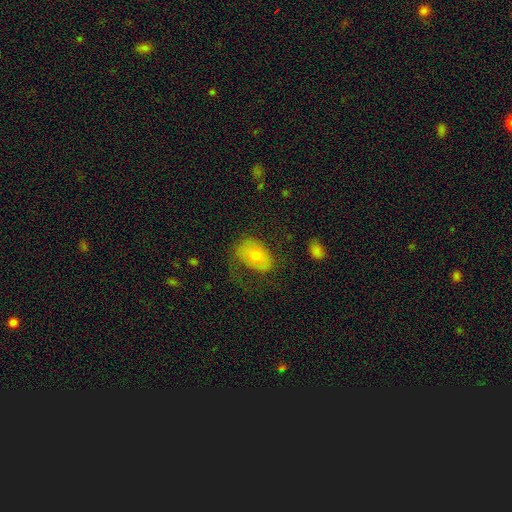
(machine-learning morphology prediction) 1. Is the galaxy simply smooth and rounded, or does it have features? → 60% smooth, 32% featured or disk, 8% star or artifact.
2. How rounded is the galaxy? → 82% in between, 17% round, 1% cigar-shaped.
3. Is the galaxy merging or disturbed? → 47% none, 27% major disturbance, 24% minor disturbance, 2% merger.